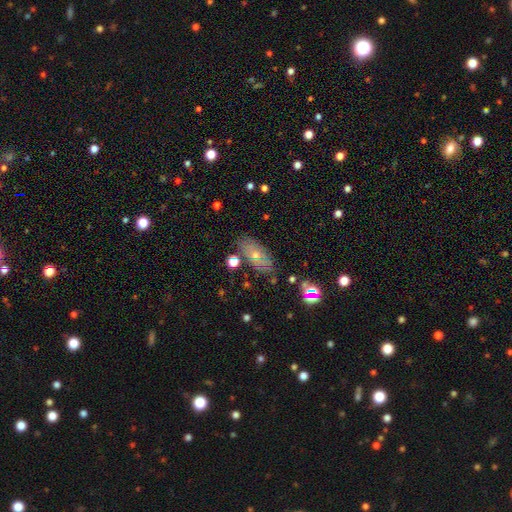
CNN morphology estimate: Overall: featured or disk (44%; smooth 40%). Merging: none (79%).